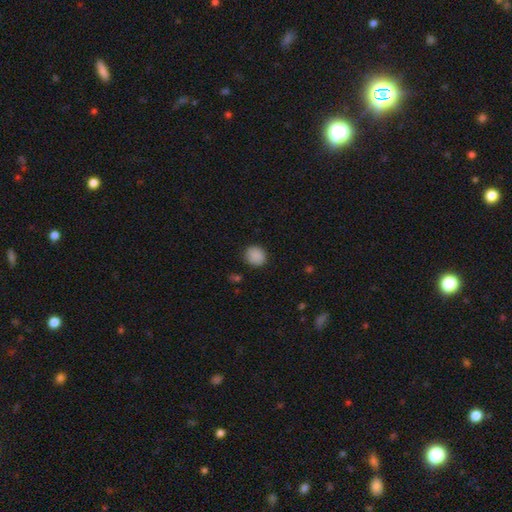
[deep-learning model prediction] This is clearly a smooth galaxy (88%). How rounded: likely round (80%). Merging: clearly none (86%).